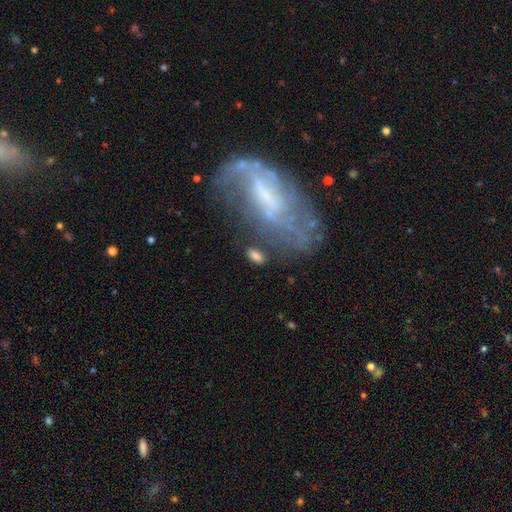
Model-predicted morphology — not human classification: Q: Smooth or featured?
A: smooth (76%); runner-up: featured or disk (16%)
Q: How rounded?
A: in between (86%); runner-up: cigar-shaped (8%)
Q: Merging?
A: none (74%); runner-up: minor disturbance (13%)